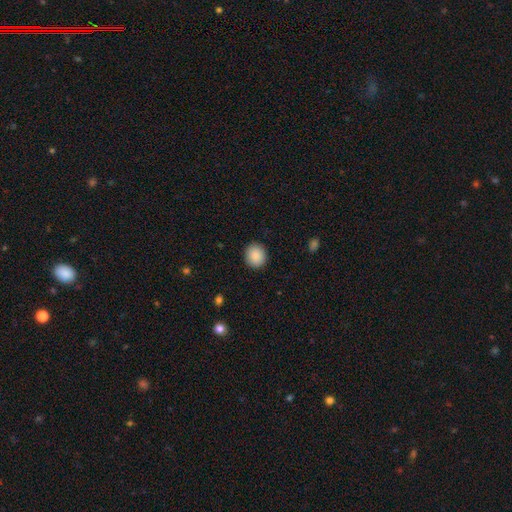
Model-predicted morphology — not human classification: smooth-or-featured: smooth: 89% | star or artifact: 8% | featured or disk: 3%
  how-rounded: round: 80% | in between: 19% | cigar-shaped: 1%
  merging: none: 91% | minor disturbance: 6% | major disturbance: 2% | merger: 1%